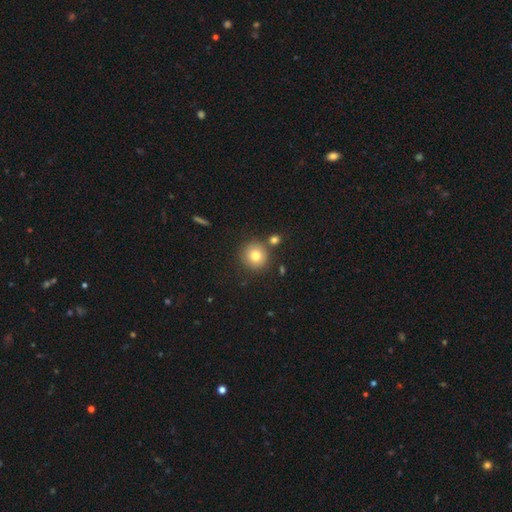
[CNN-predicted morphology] Smooth or featured?
  - smooth: 78% *
  - star or artifact: 11%
  - featured or disk: 10%
How rounded?
  - round: 93% *
  - in between: 6%
  - cigar-shaped: 1%
Merging?
  - none: 80% *
  - merger: 9%
  - minor disturbance: 8%
  - major disturbance: 3%